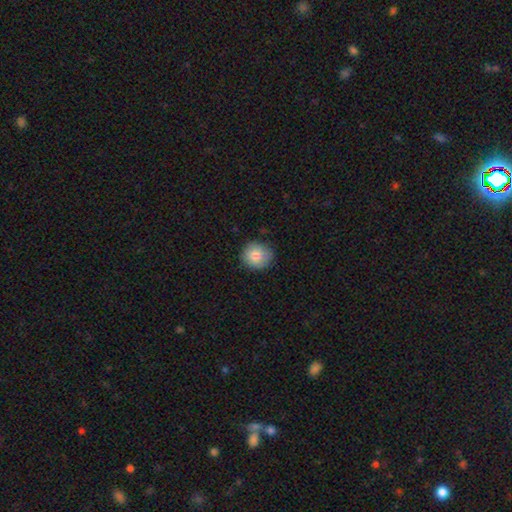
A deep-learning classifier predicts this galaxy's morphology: A smooth galaxy with no disk features (85%) that is round (85%).

Vote fractions:
- Smooth or featured? smooth: 85% / featured or disk: 7% / star or artifact: 7%
- How rounded? round: 85% / in between: 14% / cigar-shaped: 1%
- Merging? none: 80% / minor disturbance: 15% / major disturbance: 3% / merger: 1%